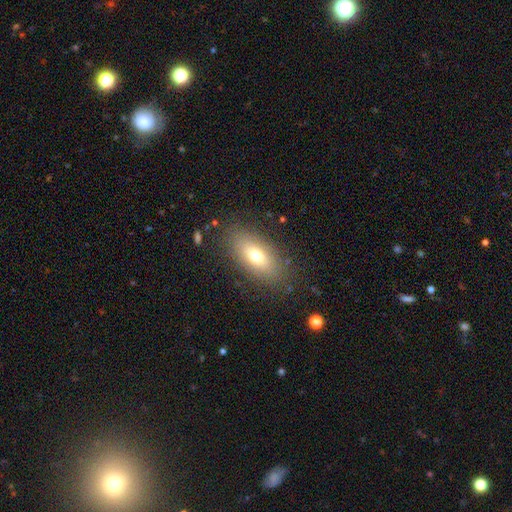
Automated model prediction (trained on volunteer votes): Smooth or featured? Predicted: smooth (p=0.69). How rounded? Predicted: in between (p=0.83). Merging? Predicted: none (p=0.84).